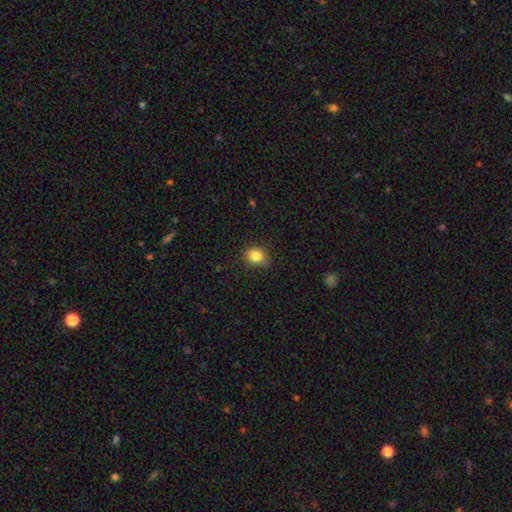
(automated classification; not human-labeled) Morphology: type=smooth (85%); roundness=round (69%); merging=none (85%).